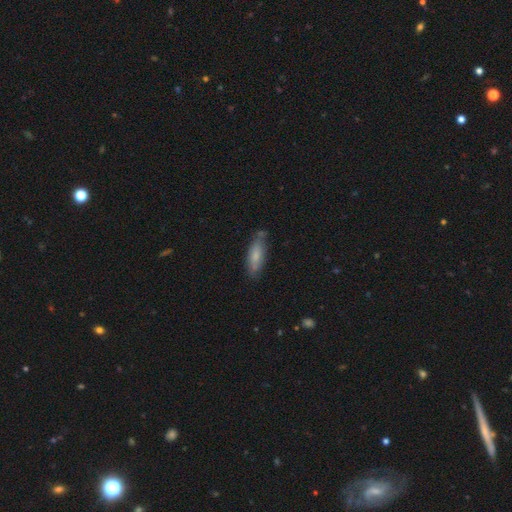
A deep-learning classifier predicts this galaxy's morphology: type=smooth (74%); roundness=in between (56%); merging=none (70%).